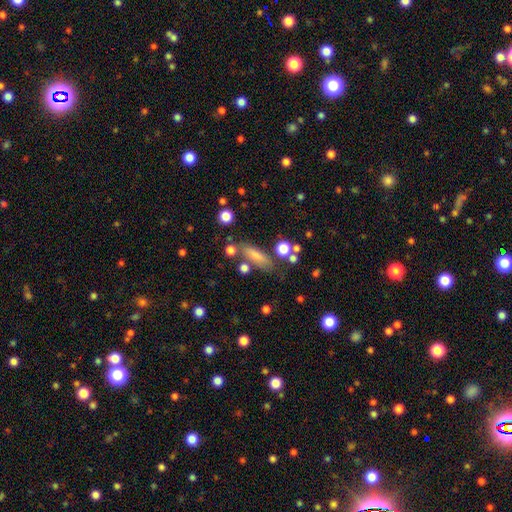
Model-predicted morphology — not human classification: Q: Smooth or featured?
A: smooth (75%); runner-up: featured or disk (14%)
Q: How rounded?
A: in between (51%); runner-up: cigar-shaped (44%)
Q: Merging?
A: none (66%); runner-up: minor disturbance (17%)